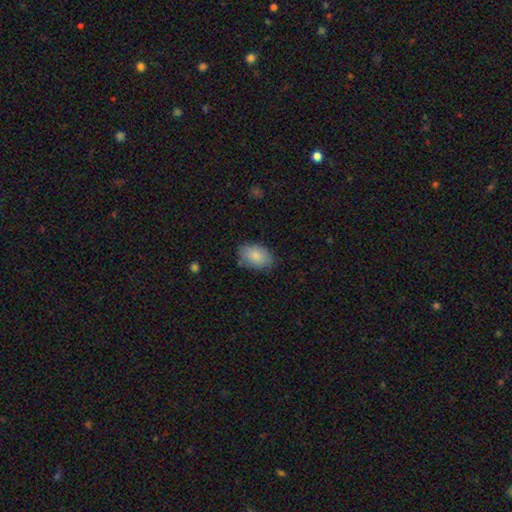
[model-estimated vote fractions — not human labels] This is clearly a smooth galaxy (84%). How rounded: clearly in between (88%). Merging: likely none (76%).